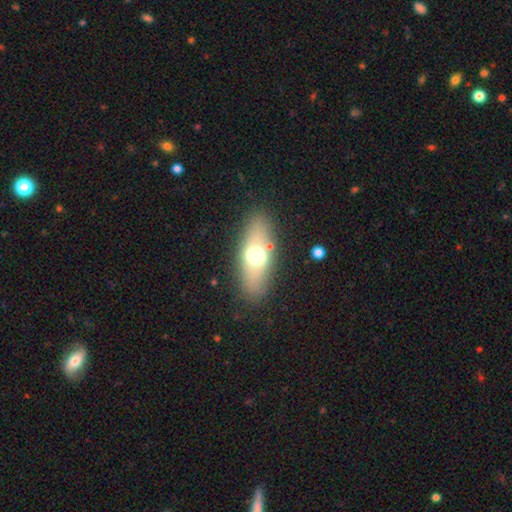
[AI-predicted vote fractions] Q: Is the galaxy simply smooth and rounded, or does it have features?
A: smooth — 57%.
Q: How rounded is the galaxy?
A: in between — 74%.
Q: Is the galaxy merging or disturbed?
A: none — 83%.